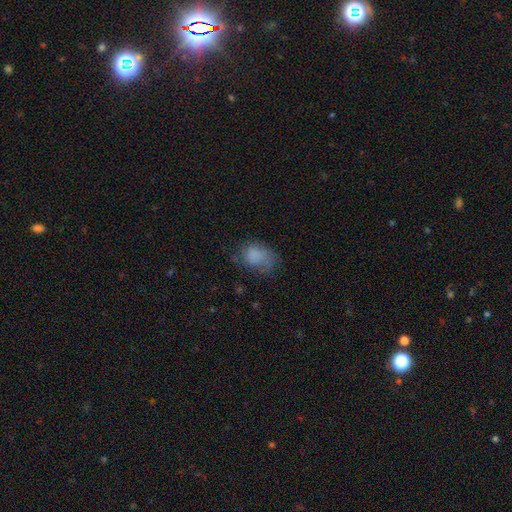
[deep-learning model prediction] A smooth galaxy with no disk features (77%) that is in between round and cigar-shaped (77%). Merging: none (48%).